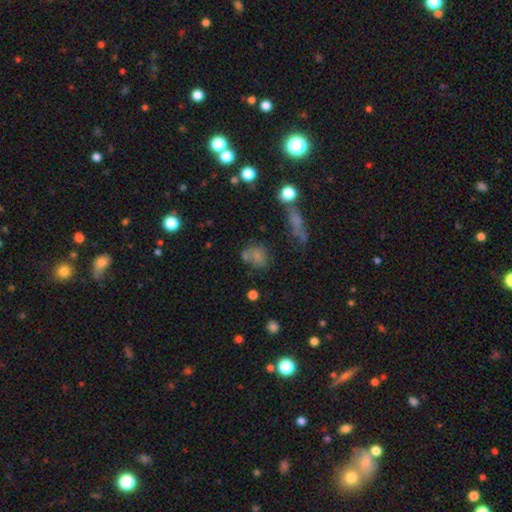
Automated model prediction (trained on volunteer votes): Smooth or featured? Predicted: smooth (p=0.66). How rounded? Predicted: round (p=0.51). Merging? Predicted: none (p=0.49).